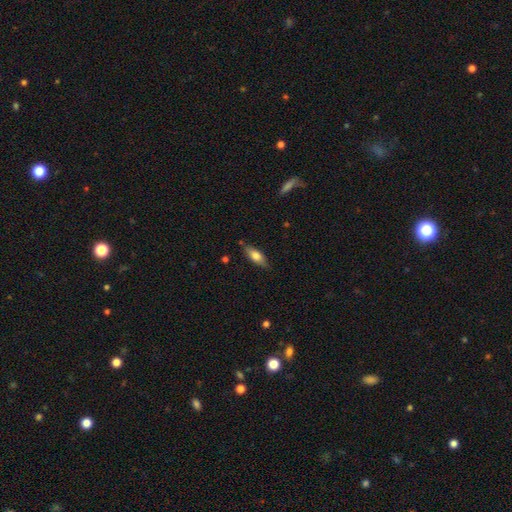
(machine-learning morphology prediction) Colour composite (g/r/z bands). It shows a smooth galaxy with no disk features (69%) that is in between round and cigar-shaped (70%). Merging: none (80%).